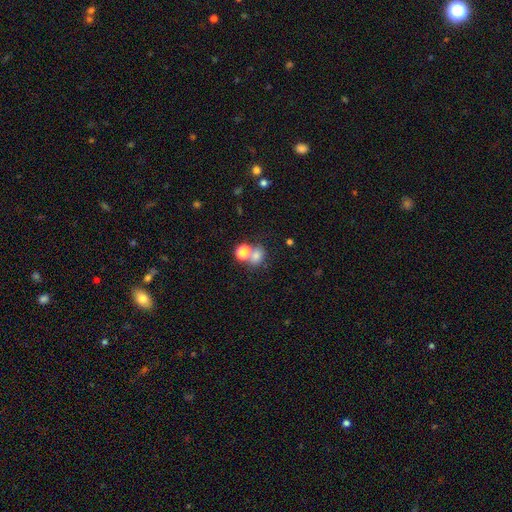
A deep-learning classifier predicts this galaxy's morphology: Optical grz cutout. It shows a smooth galaxy with no disk features (73%) that is in between round and cigar-shaped (50%). Merging: none (43%).